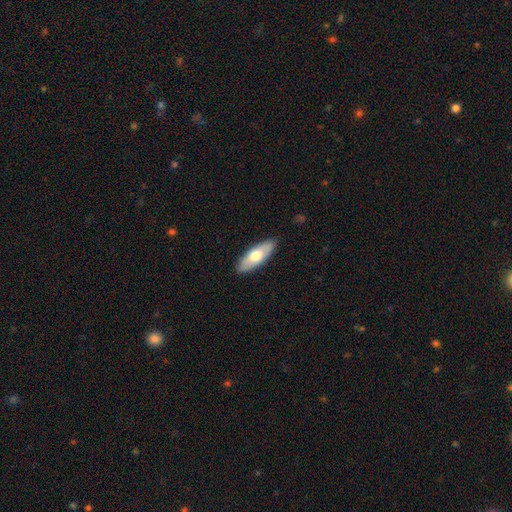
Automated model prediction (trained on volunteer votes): The model was most divided on "smooth or featured": smooth: 64%, featured or disk: 31%, star or artifact: 5%. More confident: merging — none (88%); how rounded — in between (68%).